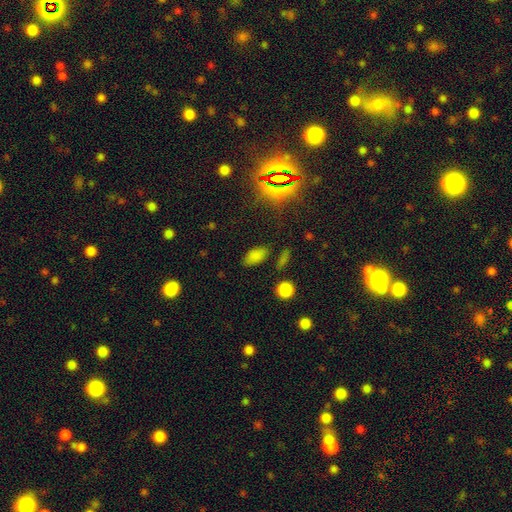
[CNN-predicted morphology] This is likely a smooth galaxy (75%). How rounded: clearly in between (91%). Merging: likely none (79%).